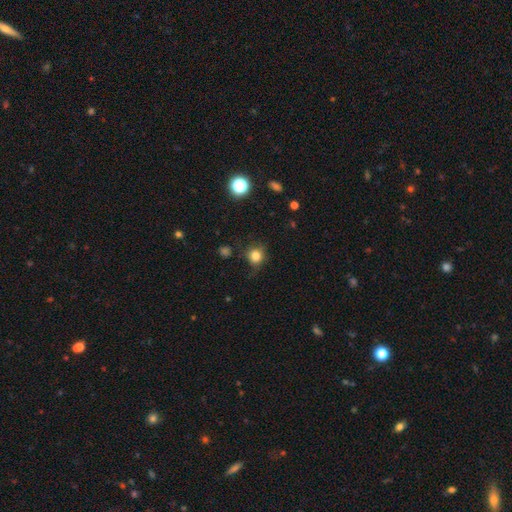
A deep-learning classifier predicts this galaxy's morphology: Smooth or featured? smooth (81%)
How rounded? round (87%)
Merging? none (75%)